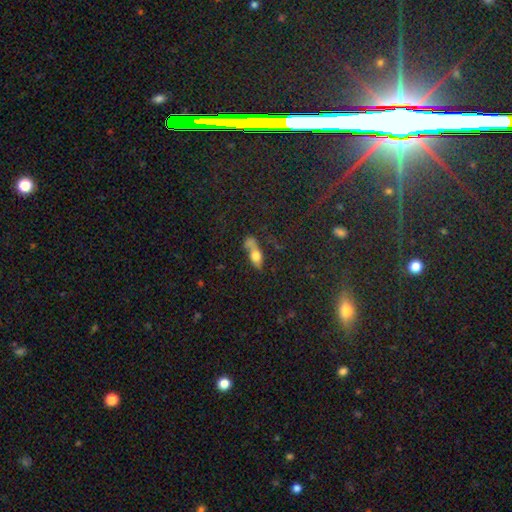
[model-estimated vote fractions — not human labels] A smooth galaxy with no disk features (64%) that is in between round and cigar-shaped (70%).

Vote fractions:
- Smooth or featured? smooth: 64% / featured or disk: 25% / star or artifact: 11%
- How rounded? in between: 70% / cigar-shaped: 21% / round: 9%
- Merging? none: 41% / merger: 30% / minor disturbance: 18% / major disturbance: 11%